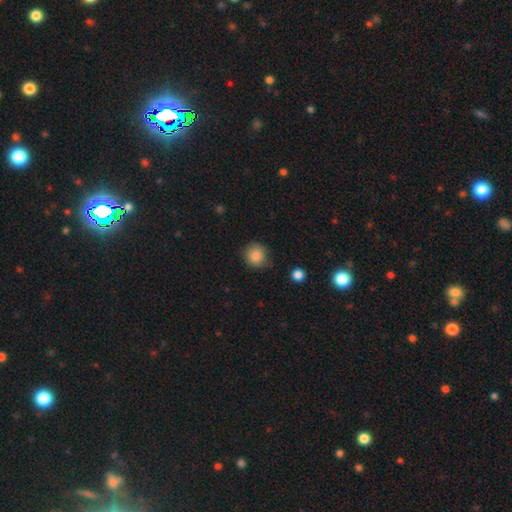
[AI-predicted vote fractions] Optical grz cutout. It shows a smooth galaxy with no disk features (86%) that is round (87%). Merging: none (79%).